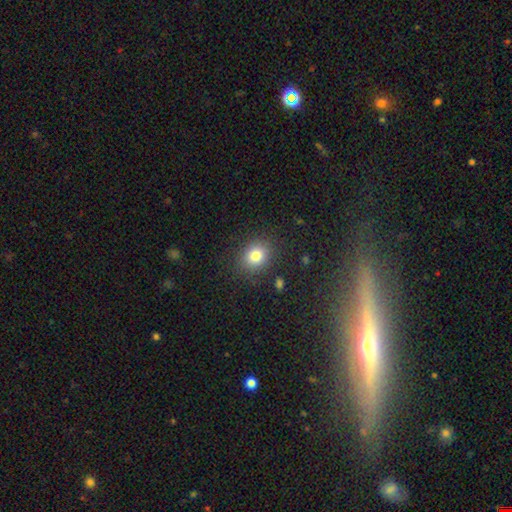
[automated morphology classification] smooth 81%, star or artifact 11%, featured or disk 7%. Down the decision tree: how rounded — round (57%); merging — none (85%).